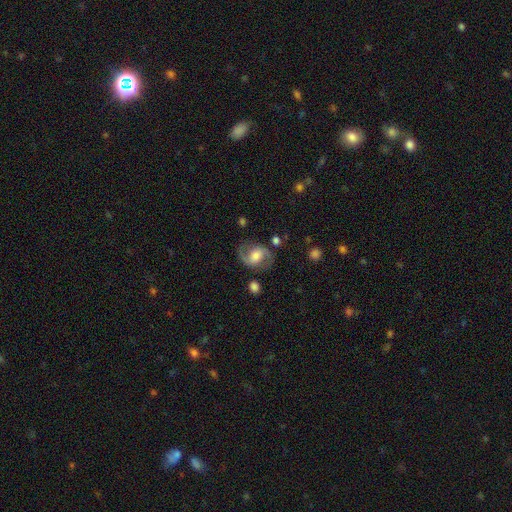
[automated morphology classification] A featured or disk galaxy (76%) with a weak bar (41%), 2 (92%) medium (53%) spiral arms (91%) and a moderate central bulge (52%). Merging: none (76%).